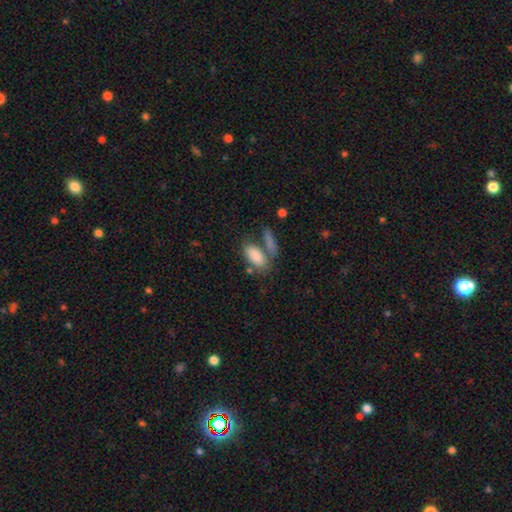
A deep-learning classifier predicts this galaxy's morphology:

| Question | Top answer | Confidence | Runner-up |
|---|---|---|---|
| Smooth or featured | smooth | 85% | featured or disk (8%) |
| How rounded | in between | 88% | cigar-shaped (8%) |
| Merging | none | 48% | merger (31%) |